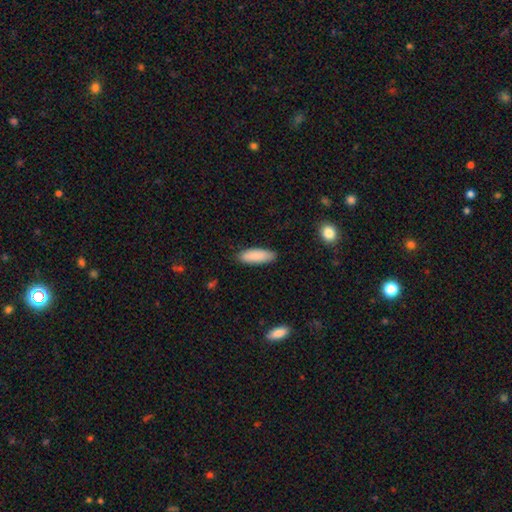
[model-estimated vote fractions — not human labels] Smooth or featured: smooth — 89% (star or artifact — 6%)
How rounded: in between — 59% (cigar-shaped — 39%)
Merging: none — 86% (minor disturbance — 11%)